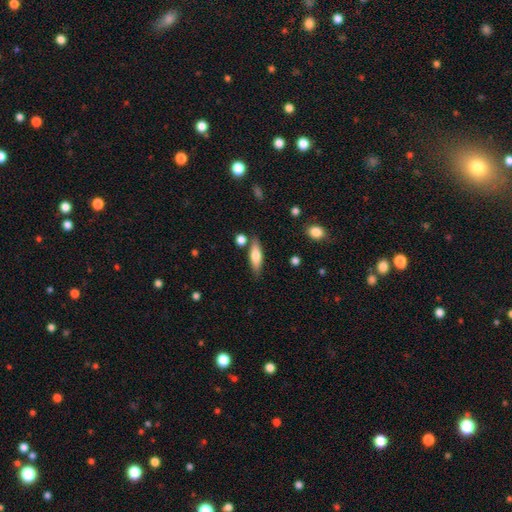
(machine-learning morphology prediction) Q: Smooth or featured?
A: smooth (66%); runner-up: featured or disk (27%)
Q: How rounded?
A: cigar-shaped (52%); runner-up: in between (46%)
Q: Merging?
A: none (78%); runner-up: minor disturbance (12%)